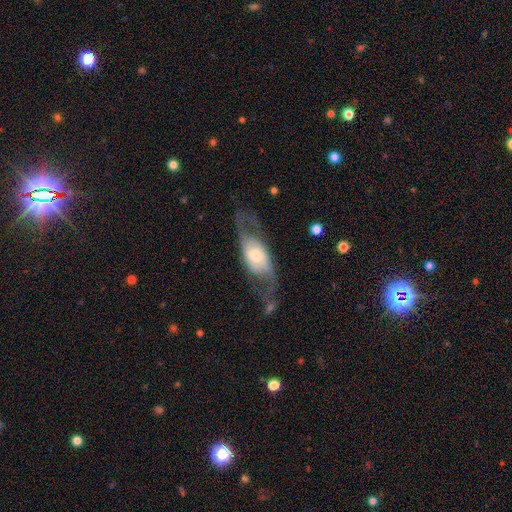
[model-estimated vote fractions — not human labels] Morphology: type=featured or disk (64%); edge-on=no (81%); bar=no (62%); spiral arms=yes (70%); bulge=moderate (48%); merging=none (54%).